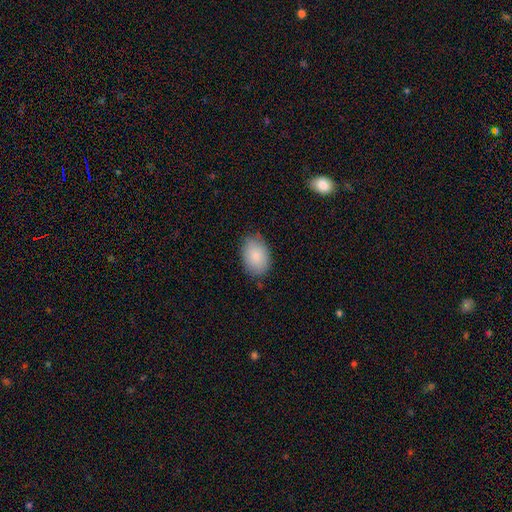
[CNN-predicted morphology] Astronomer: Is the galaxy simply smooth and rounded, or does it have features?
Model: smooth — 86%.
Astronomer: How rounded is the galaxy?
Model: in between — 84%.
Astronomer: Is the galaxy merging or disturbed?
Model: none — 79%.